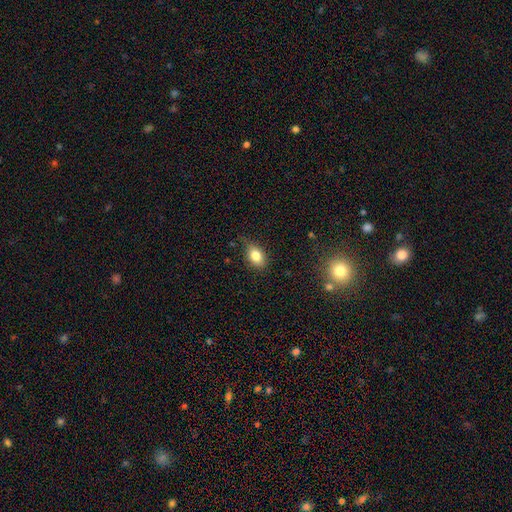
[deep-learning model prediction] This is clearly a smooth galaxy (81%). How rounded: clearly in between (81%). Merging: likely none (75%).